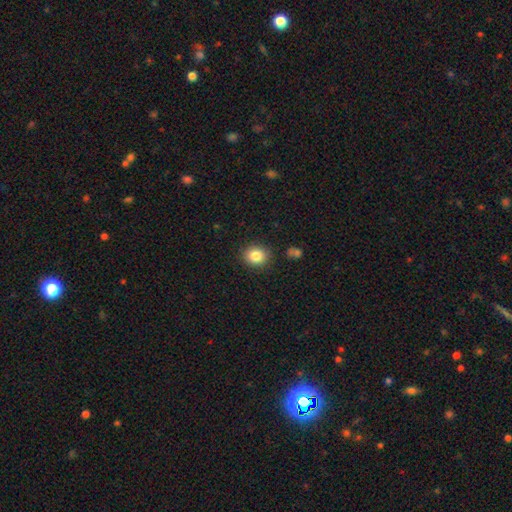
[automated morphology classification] smooth 84%, star or artifact 10%, featured or disk 6%. Down the decision tree: how rounded — round (74%); merging — none (88%).